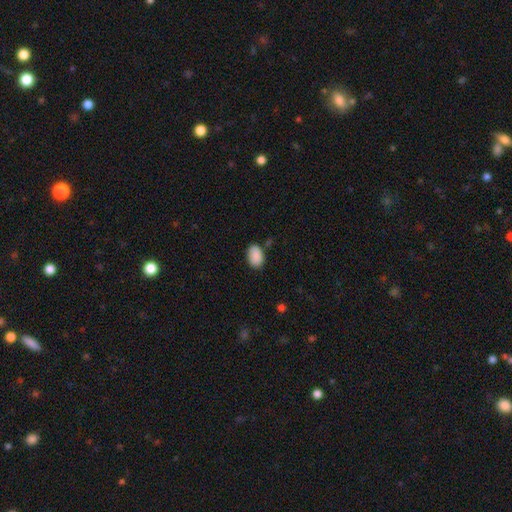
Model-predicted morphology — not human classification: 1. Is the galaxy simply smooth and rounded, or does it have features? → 90% smooth, 7% star or artifact, 3% featured or disk.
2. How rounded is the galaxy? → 86% in between, 13% round, 1% cigar-shaped.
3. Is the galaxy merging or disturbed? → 77% none, 17% minor disturbance, 3% major disturbance, 3% merger.